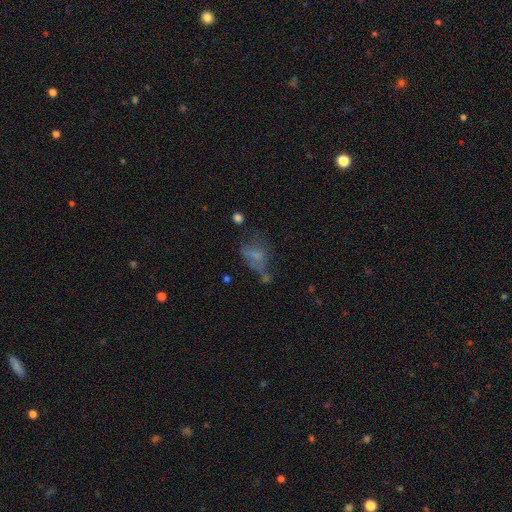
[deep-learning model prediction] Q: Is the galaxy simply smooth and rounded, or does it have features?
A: smooth — 43%.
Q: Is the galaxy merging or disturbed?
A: major disturbance — 37%.